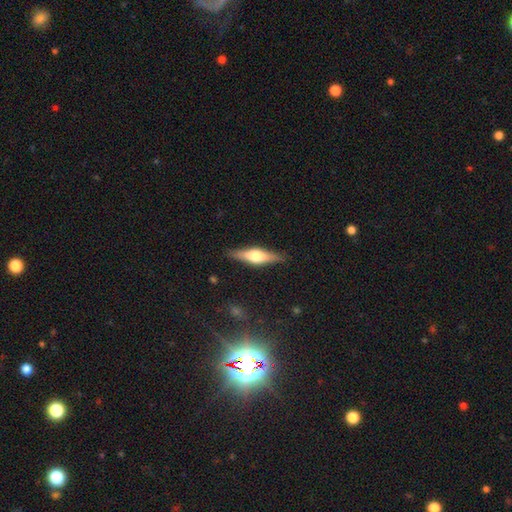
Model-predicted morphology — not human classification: A featured or disk galaxy (59%) viewed edge-on (95%) with a rounded central bulge (91%).

Vote fractions:
- Smooth or featured? featured or disk: 59% / smooth: 35% / star or artifact: 6%
- Edge-on disk? yes: 95% / no: 5%
- Edge-on bulge? rounded: 91% / boxy: 7% / none: 2%
- Merging? none: 87% / minor disturbance: 10% / major disturbance: 2% / merger: 1%